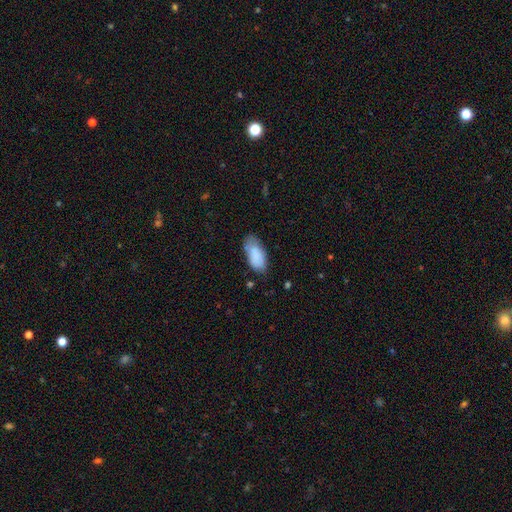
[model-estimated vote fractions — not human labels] Overall: smooth (85%). How rounded: in between (93%). Merging: none (59%; minor disturbance 29%).